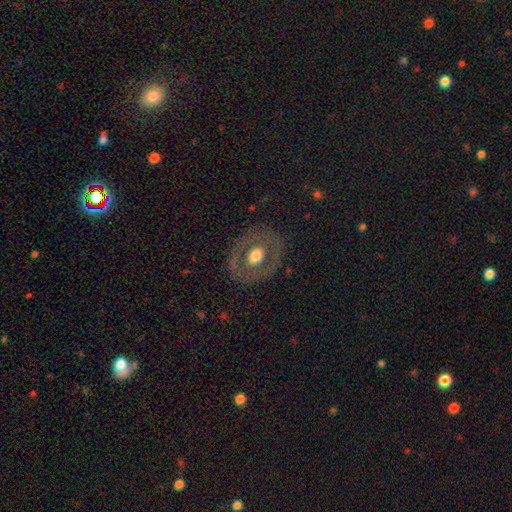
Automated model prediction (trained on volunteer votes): This is possibly a featured or disk galaxy (49%). Merging: likely none (79%).